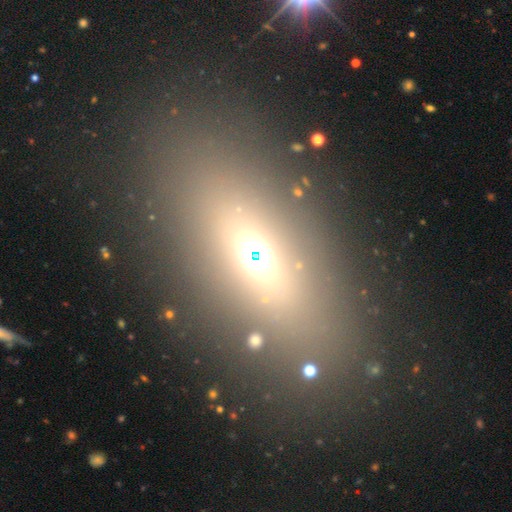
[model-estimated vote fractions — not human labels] Smooth or featured: smooth — 49% (star or artifact — 28%)
Merging: none — 82% (minor disturbance — 9%)